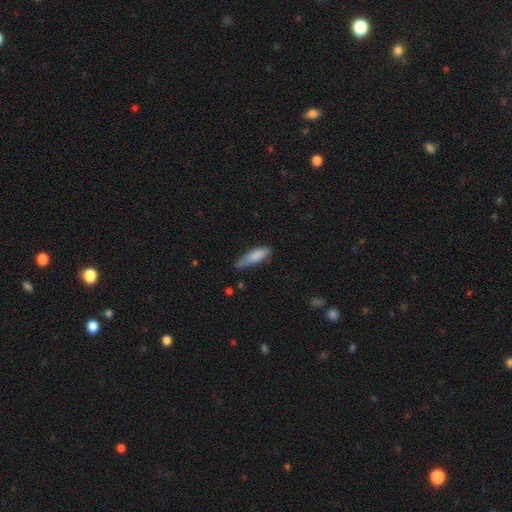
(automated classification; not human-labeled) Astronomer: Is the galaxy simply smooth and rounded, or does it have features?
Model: smooth — 83%.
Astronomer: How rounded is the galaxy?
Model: cigar-shaped — 57% (runner-up: in between, 42%).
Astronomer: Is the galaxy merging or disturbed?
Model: none — 52% (runner-up: minor disturbance, 38%).